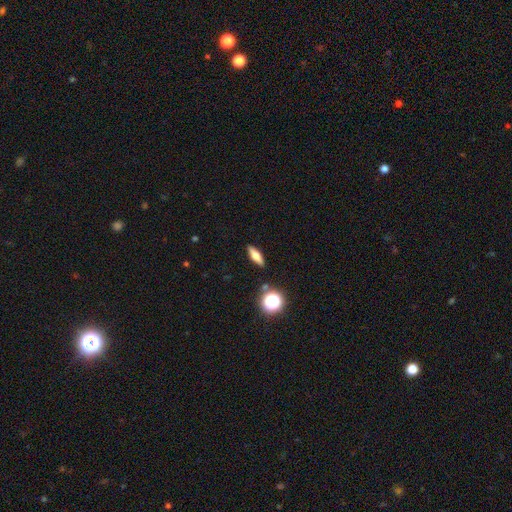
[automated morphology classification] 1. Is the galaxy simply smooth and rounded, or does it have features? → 55% smooth, 34% featured or disk, 11% star or artifact.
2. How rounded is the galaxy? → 47% cigar-shaped, 46% in between, 7% round.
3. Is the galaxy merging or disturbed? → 89% none, 7% minor disturbance, 2% major disturbance, 2% merger.